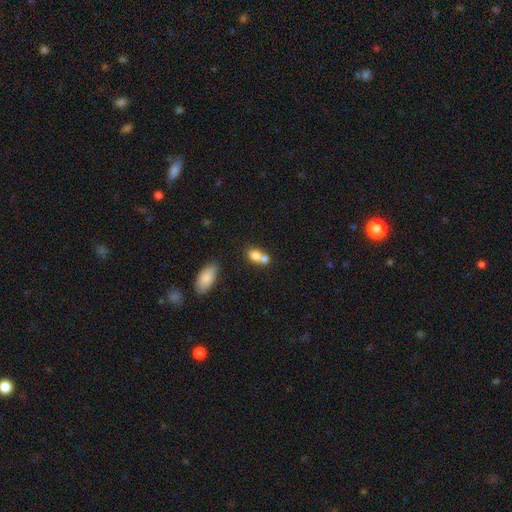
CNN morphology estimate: A smooth galaxy with no disk features (76%) that is in between round and cigar-shaped (61%).

Vote fractions:
- Smooth or featured? smooth: 76% / featured or disk: 15% / star or artifact: 10%
- How rounded? in between: 61% / round: 37% / cigar-shaped: 3%
- Merging? merger: 59% / none: 29% / minor disturbance: 8% / major disturbance: 4%